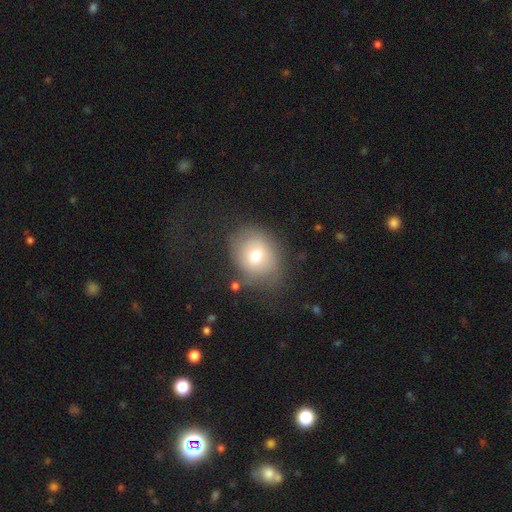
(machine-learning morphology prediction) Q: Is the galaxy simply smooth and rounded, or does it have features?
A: smooth — 70%.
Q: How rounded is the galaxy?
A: round — 59%.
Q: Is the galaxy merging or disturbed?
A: none — 68%.